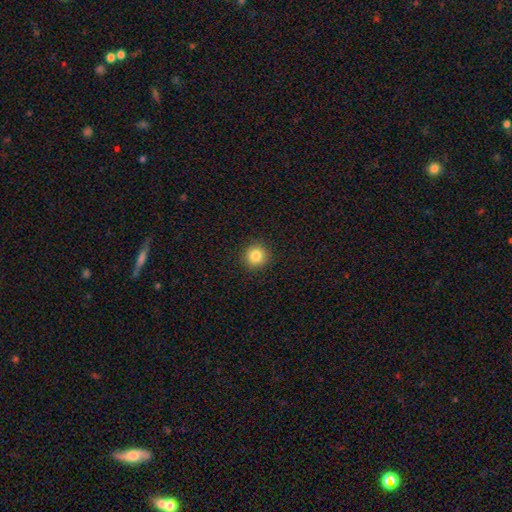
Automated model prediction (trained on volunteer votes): smooth 84%, star or artifact 11%, featured or disk 5%. Down the decision tree: how rounded — round (93%); merging — none (92%).